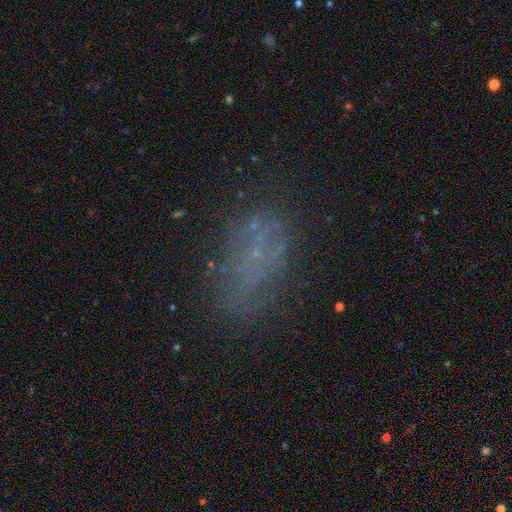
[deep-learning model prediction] Smooth or featured: smooth — 43% (featured or disk — 33%)
Merging: none — 63% (minor disturbance — 19%)